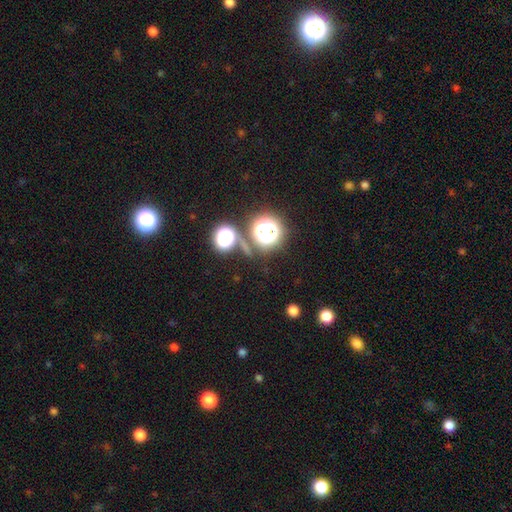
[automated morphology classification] type=star or artifact (77%).